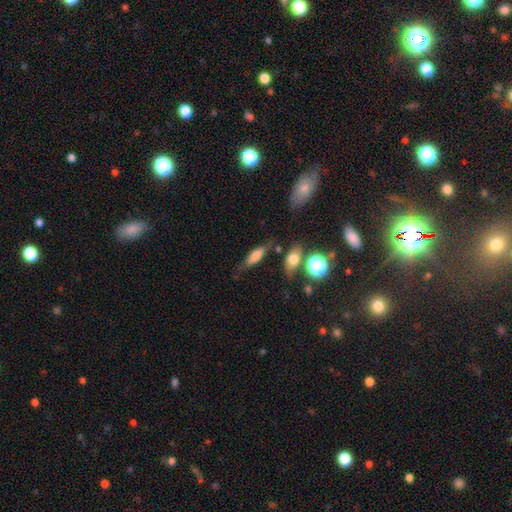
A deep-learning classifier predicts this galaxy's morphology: type=smooth (62%); roundness=in between (48%); merging=none (64%).